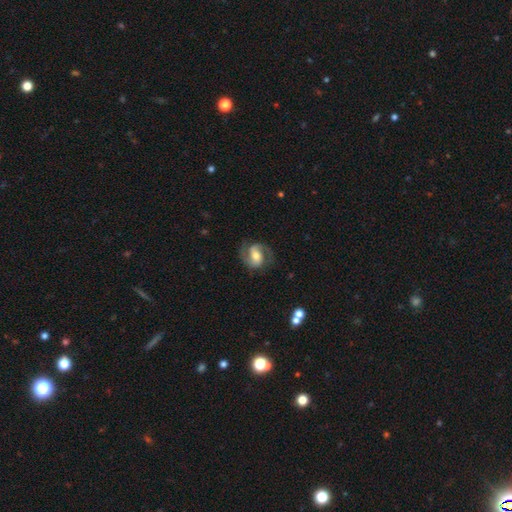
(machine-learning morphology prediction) Smooth or featured? Predicted: featured or disk (p=0.79). Edge-on disk? Predicted: no (p=0.97). Bar? Predicted: weak (p=0.40). Spiral arms? Predicted: yes (p=0.94). Spiral winding? Predicted: medium (p=0.54). Spiral arm count? Predicted: 2 (p=0.90). Bulge size? Predicted: moderate (p=0.60). Merging? Predicted: none (p=0.76).